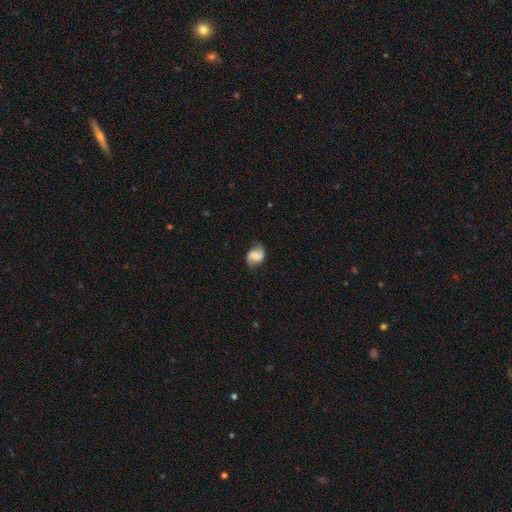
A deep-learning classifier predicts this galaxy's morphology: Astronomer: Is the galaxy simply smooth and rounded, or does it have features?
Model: featured or disk — 67%.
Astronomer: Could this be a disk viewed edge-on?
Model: no — 98%.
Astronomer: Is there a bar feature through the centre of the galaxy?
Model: no — 47% (runner-up: weak, 41%).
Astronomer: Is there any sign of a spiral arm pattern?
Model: yes — 94%.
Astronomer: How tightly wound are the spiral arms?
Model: loose — 47% (runner-up: medium, 39%).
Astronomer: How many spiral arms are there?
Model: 2 — 91%.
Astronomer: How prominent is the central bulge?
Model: small — 36%, tied with moderate at 36%.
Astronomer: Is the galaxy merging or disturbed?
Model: none — 76%.